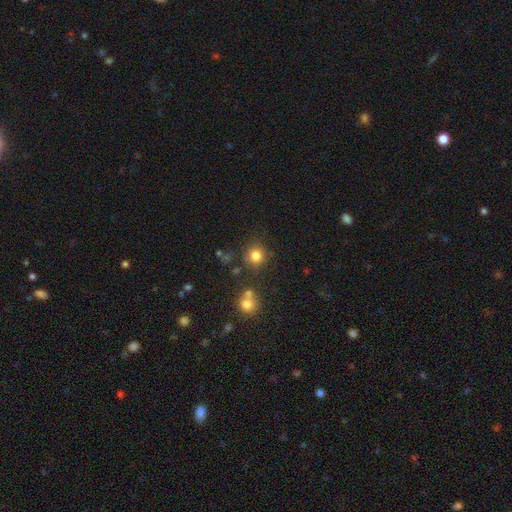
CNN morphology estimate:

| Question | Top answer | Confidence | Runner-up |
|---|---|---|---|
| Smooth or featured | smooth | 80% | star or artifact (13%) |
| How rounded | round | 90% | in between (9%) |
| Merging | none | 79% | minor disturbance (10%) |